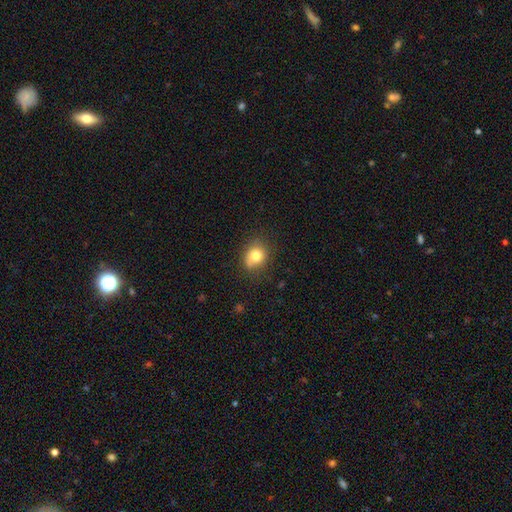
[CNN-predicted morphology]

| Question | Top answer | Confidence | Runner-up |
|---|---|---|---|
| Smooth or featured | smooth | 80% | star or artifact (10%) |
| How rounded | round | 64% | in between (35%) |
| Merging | none | 72% | minor disturbance (20%) |